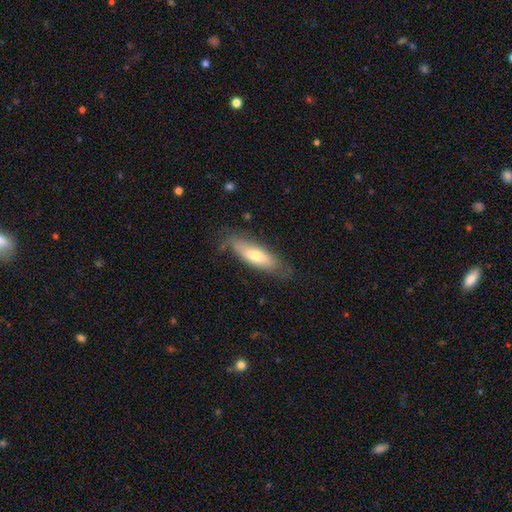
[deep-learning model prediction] Smooth or featured? Predicted: smooth (p=0.59). How rounded? Predicted: in between (p=0.50). Merging? Predicted: none (p=0.72).